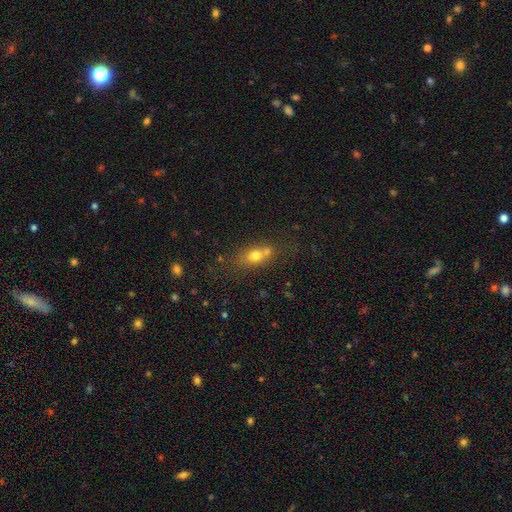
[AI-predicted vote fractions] A smooth galaxy with no disk features (67%) that is in between round and cigar-shaped (57%).

Vote fractions:
- Smooth or featured? smooth: 67% / featured or disk: 19% / star or artifact: 14%
- How rounded? in between: 57% / round: 35% / cigar-shaped: 8%
- Merging? none: 43% / merger: 40% / minor disturbance: 12% / major disturbance: 5%